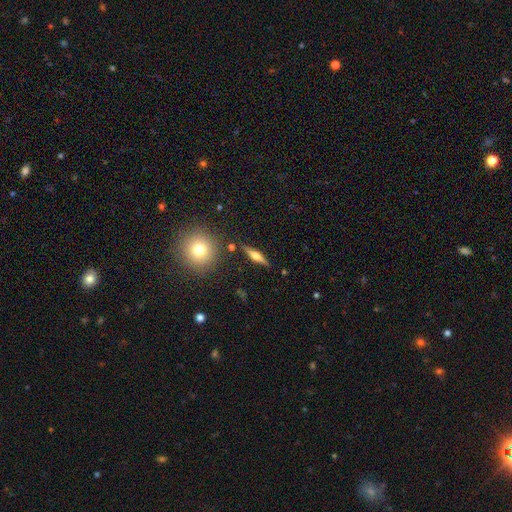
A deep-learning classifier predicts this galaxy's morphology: smooth_or_featured: featured or disk (p=0.64) [alt: smooth p=0.28]
disk_edge_on: yes (p=0.95) [alt: no p=0.05]
edge_on_bulge: rounded (p=0.92) [alt: boxy p=0.06]
merging: none (p=0.86) [alt: minor disturbance p=0.08]